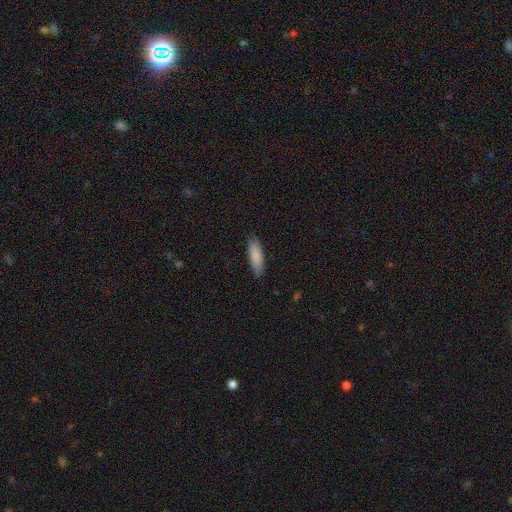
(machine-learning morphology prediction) Smooth or featured: smooth — 86% (featured or disk — 9%)
How rounded: in between — 54% (cigar-shaped — 44%)
Merging: none — 84% (minor disturbance — 13%)